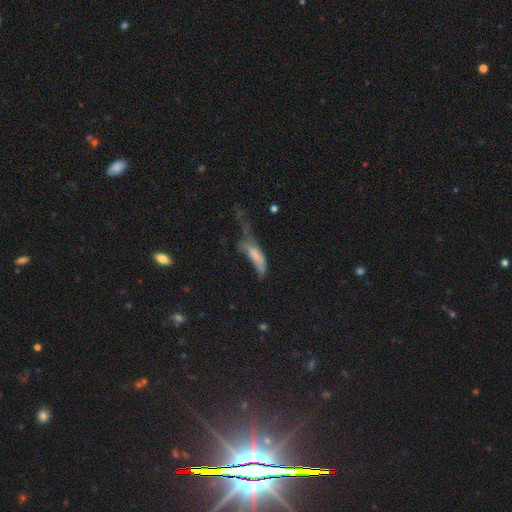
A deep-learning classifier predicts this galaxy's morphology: Smooth or featured: smooth — 60% (featured or disk — 30%)
How rounded: in between — 49% (cigar-shaped — 48%)
Merging: major disturbance — 54% (minor disturbance — 19%)